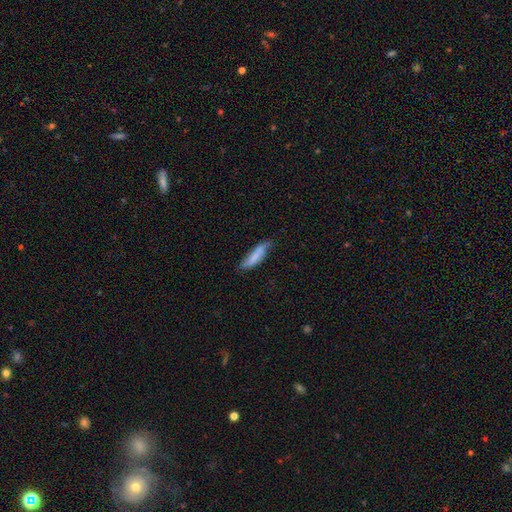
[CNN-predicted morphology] The model was most divided on "merging": none: 56%, minor disturbance: 33%, major disturbance: 9%, merger: 3%. More confident: smooth or featured — smooth (67%); how rounded — cigar-shaped (64%).